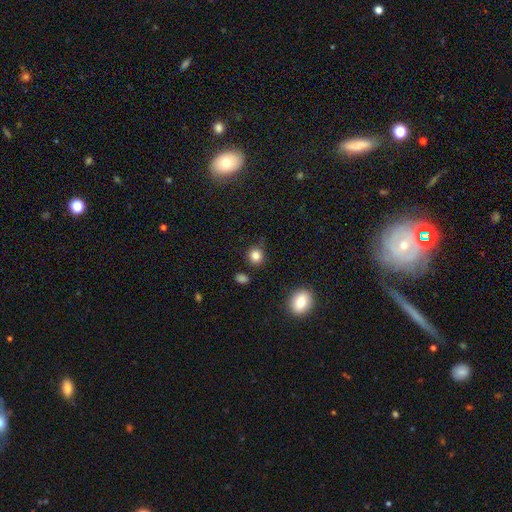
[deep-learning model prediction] This is clearly a smooth galaxy (84%). How rounded: clearly round (88%). Merging: clearly none (80%).